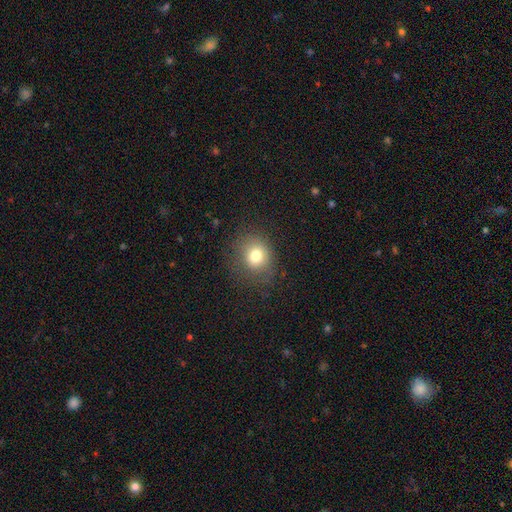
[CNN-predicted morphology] Smooth or featured? smooth (77%)
How rounded? round (71%)
Merging? none (80%)